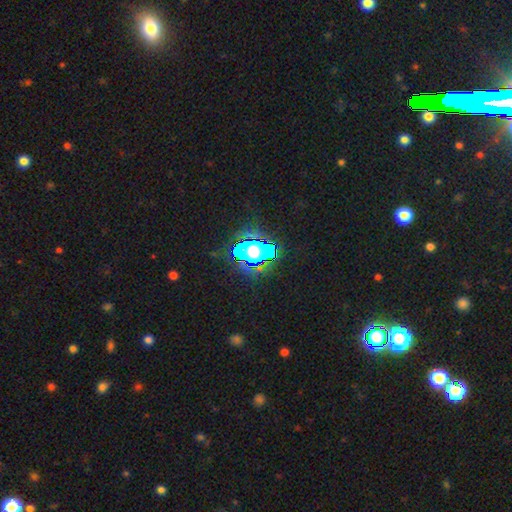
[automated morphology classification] Smooth or featured?
  - star or artifact: 67% *
  - smooth: 20%
  - featured or disk: 13%